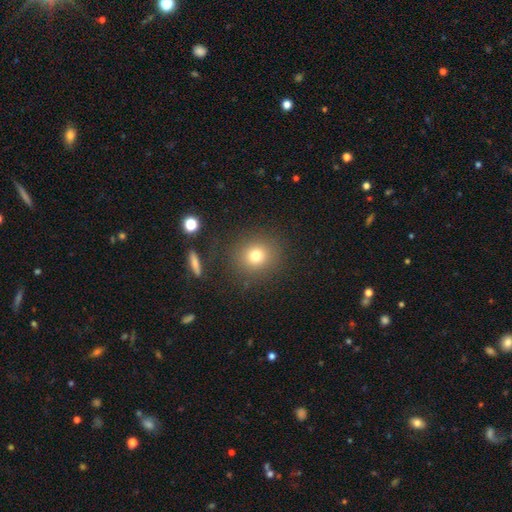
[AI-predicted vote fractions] Q: Smooth or featured?
A: smooth (76%); runner-up: star or artifact (15%)
Q: How rounded?
A: round (86%); runner-up: in between (13%)
Q: Merging?
A: none (86%); runner-up: minor disturbance (8%)